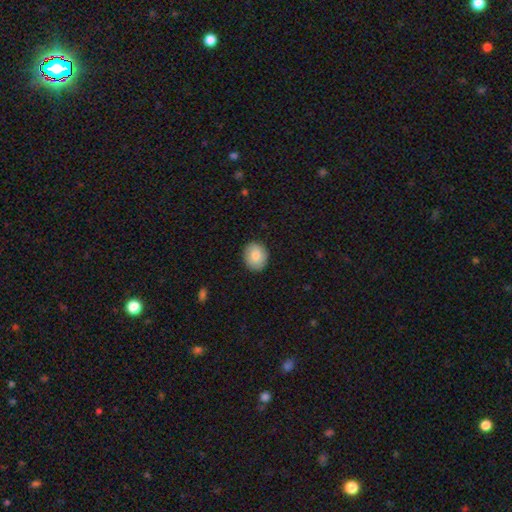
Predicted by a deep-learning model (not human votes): This appears to be a smooth galaxy with no disk features (85%) that is round (59%). Merging: none (89%).